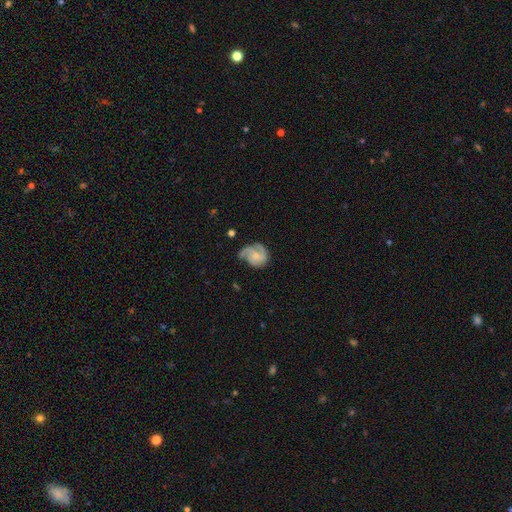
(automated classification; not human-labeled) featured or disk 76%, smooth 18%, star or artifact 6%. Down the decision tree: edge-on disk — no (98%); bar — no (70%); spiral arms — yes (94%); spiral arm count — 3 (44%); spiral winding — medium (45%); bulge size — small (51%); merging — none (54%).